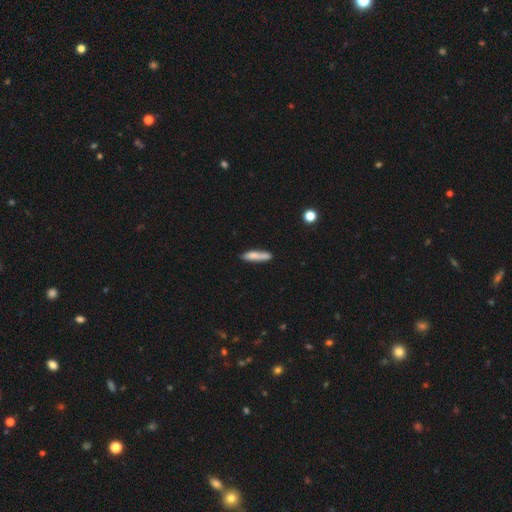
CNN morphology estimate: smooth 77%, featured or disk 16%, star or artifact 6%. Down the decision tree: how rounded — cigar-shaped (84%); merging — none (73%).